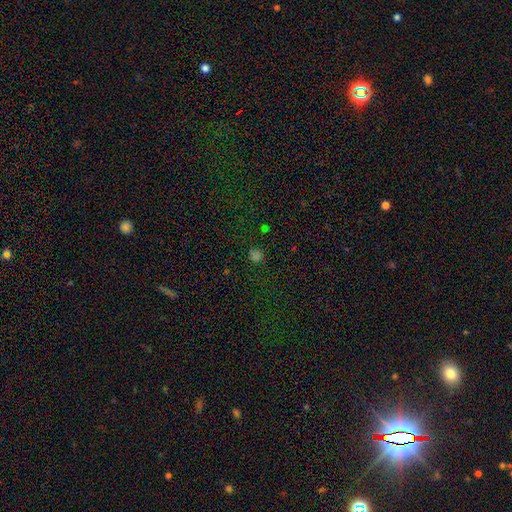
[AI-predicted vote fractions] The model was most divided on "smooth or featured": smooth: 68%, star or artifact: 28%, featured or disk: 4%. More confident: how rounded — round (86%); merging — none (85%).